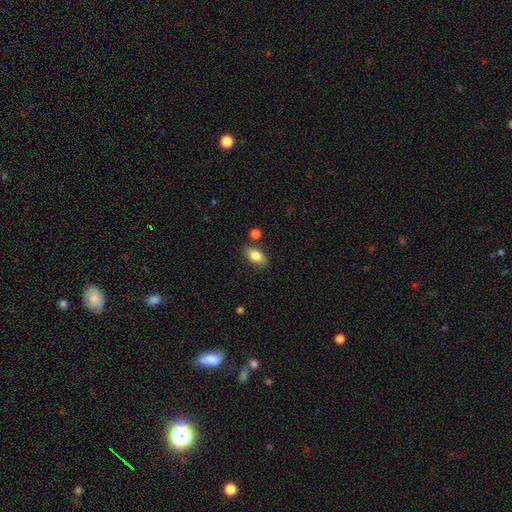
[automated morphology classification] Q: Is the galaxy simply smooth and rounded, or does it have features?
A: smooth — 84%.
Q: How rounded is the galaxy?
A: in between — 89%.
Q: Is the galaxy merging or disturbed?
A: none — 81%.